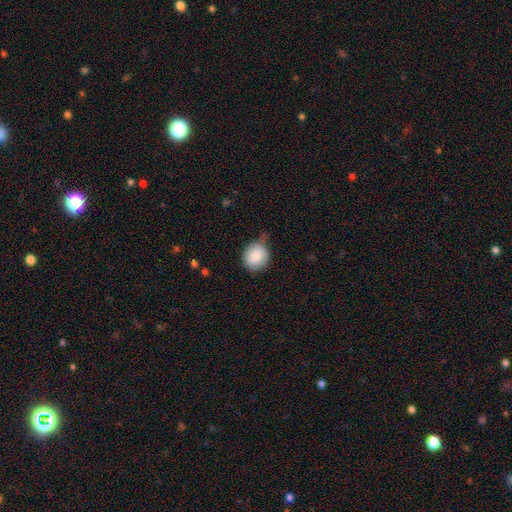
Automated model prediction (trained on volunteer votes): smooth-or-featured: smooth: 86% | star or artifact: 7% | featured or disk: 7%
  how-rounded: round: 78% | in between: 21% | cigar-shaped: 1%
  merging: none: 61% | minor disturbance: 28% | major disturbance: 7% | merger: 4%